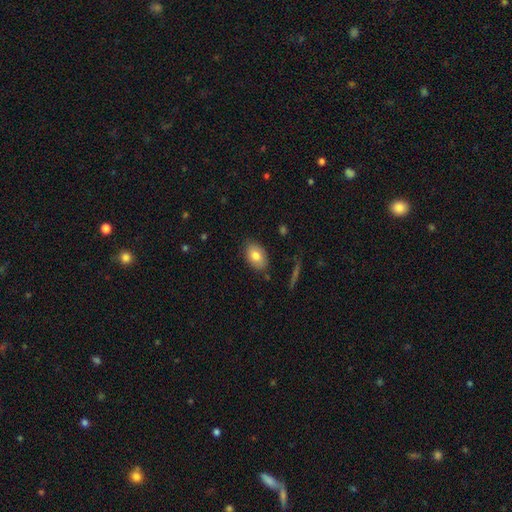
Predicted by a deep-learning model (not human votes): Overall: smooth (78%). How rounded: in between (89%). Merging: none (82%).